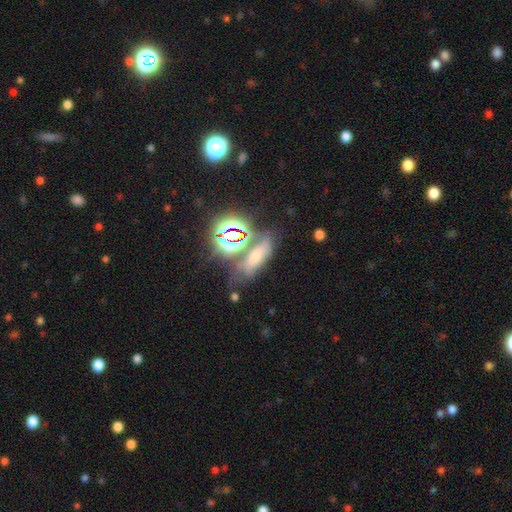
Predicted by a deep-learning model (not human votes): The model was most divided on "smooth or featured": smooth: 45%, star or artifact: 36%, featured or disk: 19%. More confident: merging — none (53%).